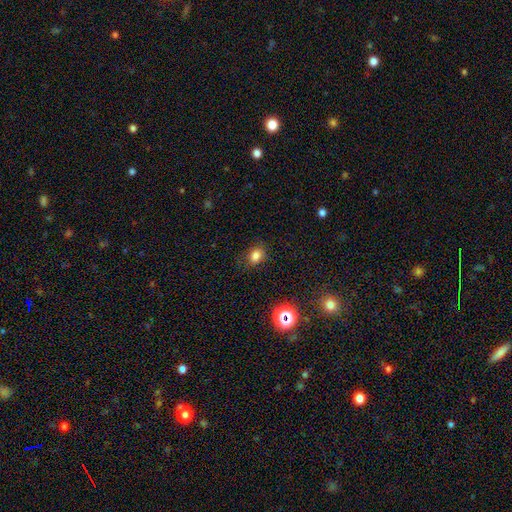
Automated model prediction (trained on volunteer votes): Q: Smooth or featured?
A: smooth (80%); runner-up: star or artifact (15%)
Q: How rounded?
A: in between (56%); runner-up: round (43%)
Q: Merging?
A: none (80%); runner-up: minor disturbance (14%)